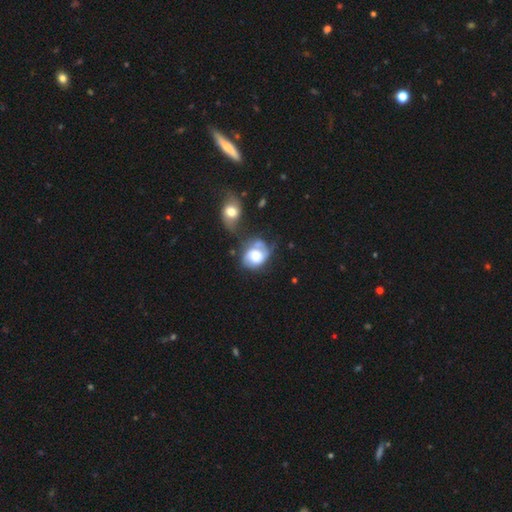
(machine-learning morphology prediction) A featured or disk galaxy (50%).

Vote fractions:
- Smooth or featured? featured or disk: 50% / smooth: 41% / star or artifact: 8%
- Edge-on disk? no: 97% / yes: 3%
- Merging? none: 30% / merger: 28% / minor disturbance: 22% / major disturbance: 20%